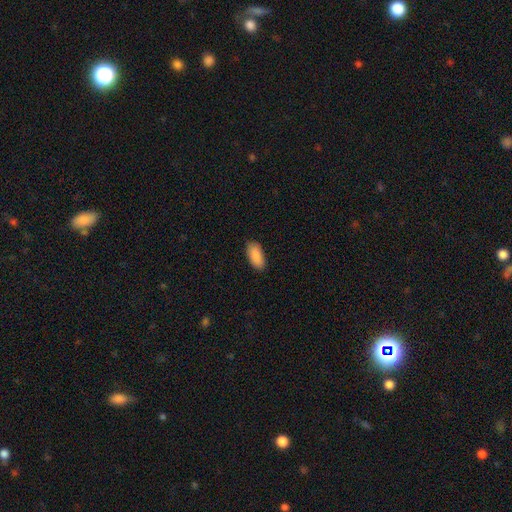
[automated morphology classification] smooth_or_featured: smooth (p=0.90) [alt: star or artifact p=0.06]
how_rounded: in between (p=0.91) [alt: cigar-shaped p=0.07]
merging: none (p=0.87) [alt: minor disturbance p=0.10]